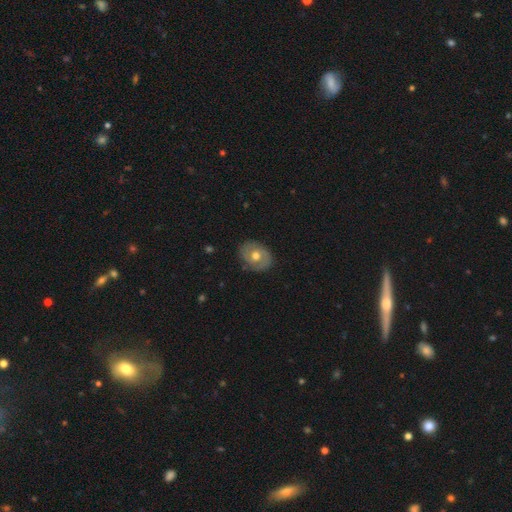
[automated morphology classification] A featured or disk galaxy (47%). Merging: none (82%).